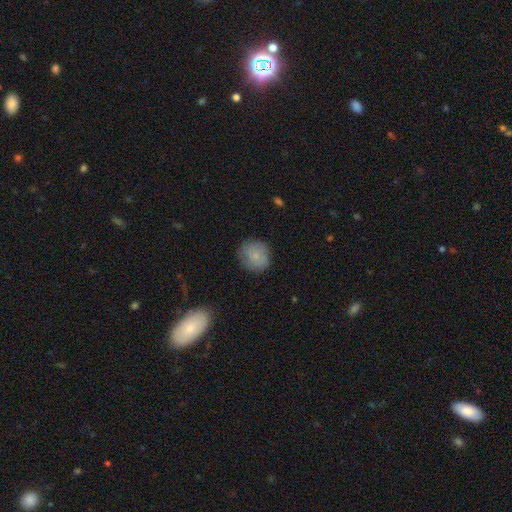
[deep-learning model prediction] This is likely a smooth galaxy (79%). How rounded: clearly round (87%). Merging: likely none (80%).